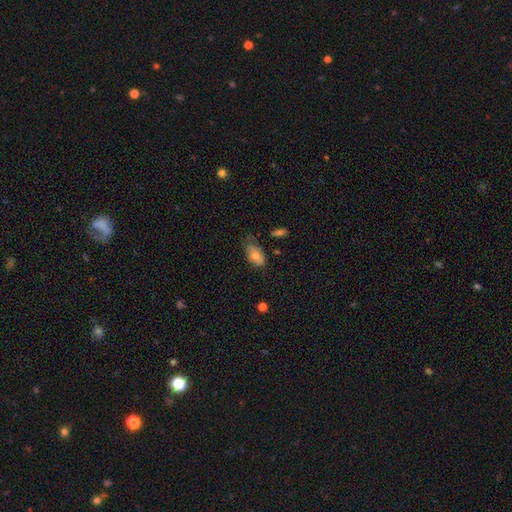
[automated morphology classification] This is likely a smooth galaxy (75%). How rounded: clearly in between (92%). Merging: possibly none (49%).